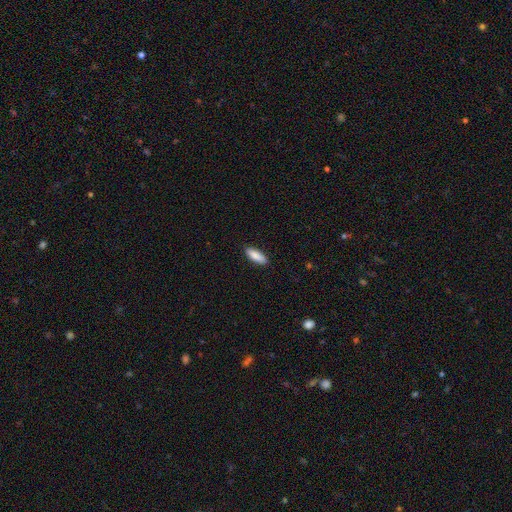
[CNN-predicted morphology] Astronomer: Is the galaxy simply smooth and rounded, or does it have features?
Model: smooth — 87%.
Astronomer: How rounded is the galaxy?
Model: in between — 55% (runner-up: cigar-shaped, 43%).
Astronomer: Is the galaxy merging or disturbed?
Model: none — 89%.